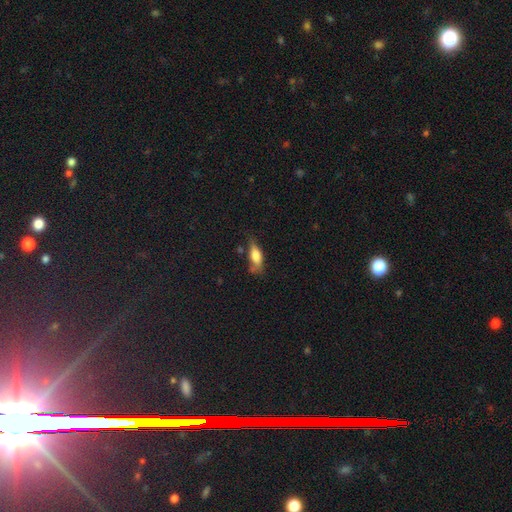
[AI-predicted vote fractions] Smooth or featured?
  - smooth: 74% *
  - featured or disk: 19%
  - star or artifact: 8%
How rounded?
  - in between: 70% *
  - cigar-shaped: 27%
  - round: 3%
Merging?
  - none: 51% *
  - minor disturbance: 32%
  - major disturbance: 11%
  - merger: 6%